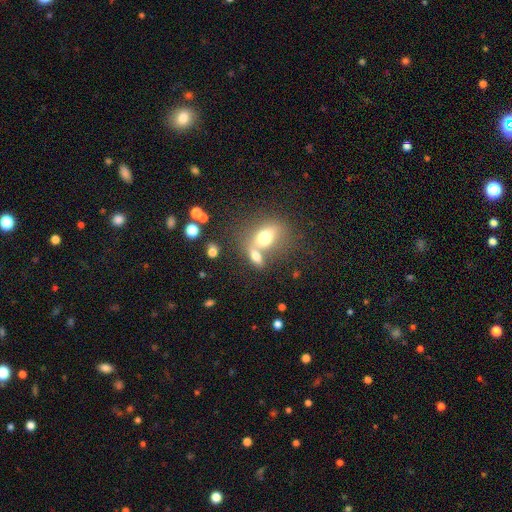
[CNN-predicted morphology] This is likely a smooth galaxy (71%). How rounded: likely in between (72%). Merging: possibly merger (48%).